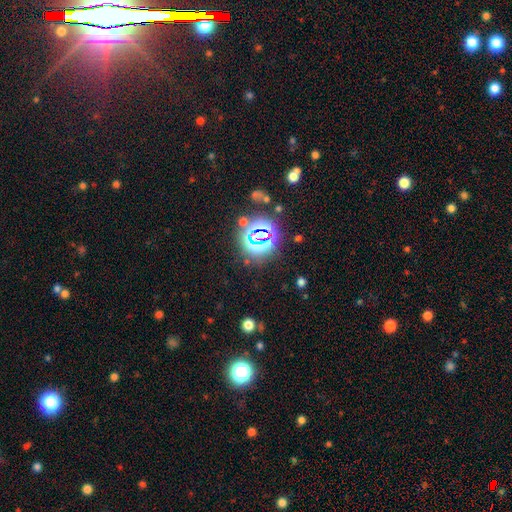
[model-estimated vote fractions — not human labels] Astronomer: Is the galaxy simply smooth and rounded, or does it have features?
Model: star or artifact — 80%.